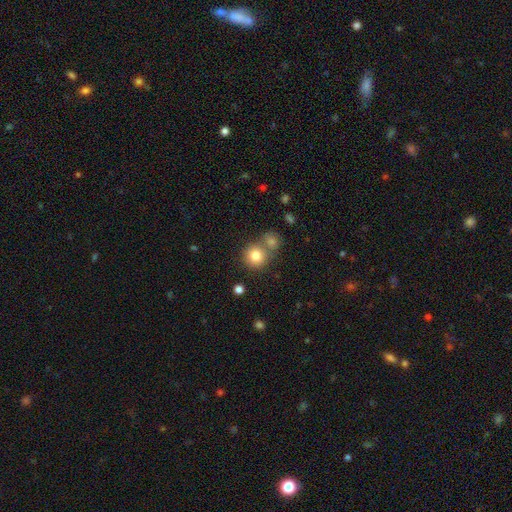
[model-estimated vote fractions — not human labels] Smooth or featured: smooth — 80% (star or artifact — 11%)
How rounded: round — 90% (in between — 9%)
Merging: none — 60% (merger — 29%)